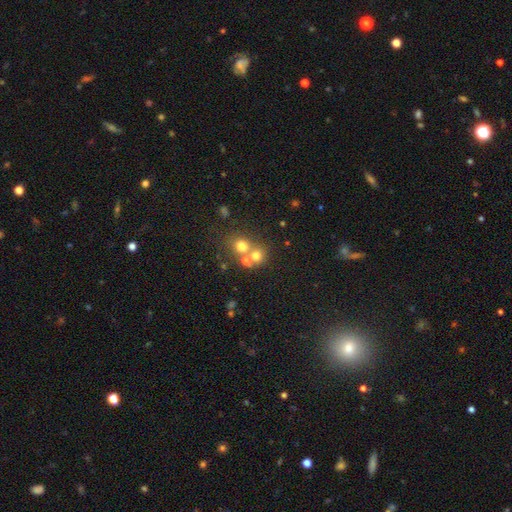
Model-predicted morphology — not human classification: Overall: smooth (68%). How rounded: round (81%). Merging: merger (45%, tied with none).